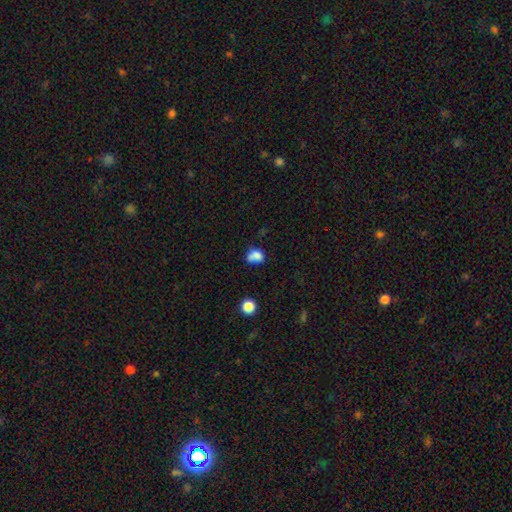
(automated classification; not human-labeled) smooth 76%, featured or disk 12%, star or artifact 12%. Down the decision tree: how rounded — in between (58%); merging — none (33%, tied with merger).